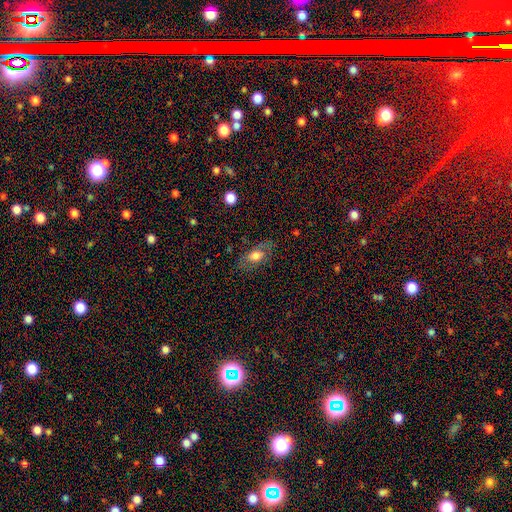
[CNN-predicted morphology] smooth 62%, featured or disk 28%, star or artifact 9%. Down the decision tree: how rounded — in between (85%); merging — none (75%).